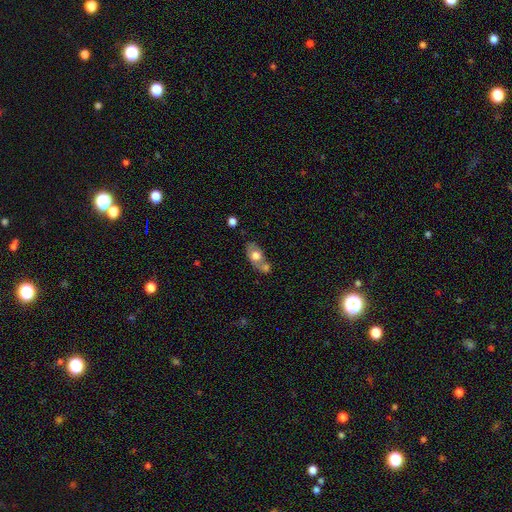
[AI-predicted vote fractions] Smooth or featured? smooth (65%)
How rounded? in between (79%)
Merging? merger (41%)